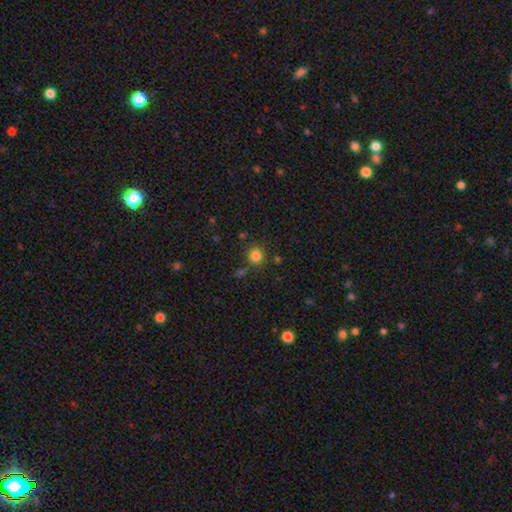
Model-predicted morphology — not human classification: A smooth galaxy with no disk features (83%) that is round (91%). Merging: none (81%).